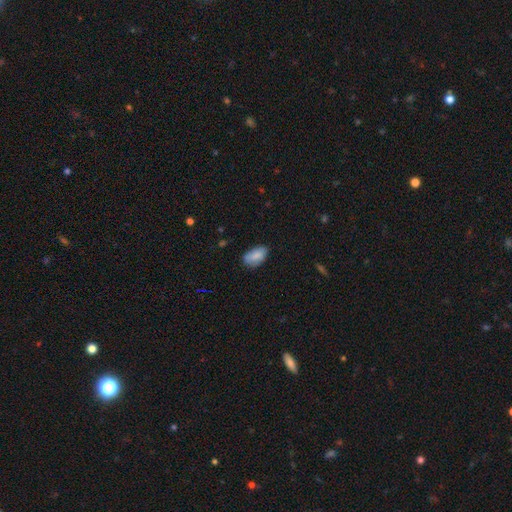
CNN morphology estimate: Q: Smooth or featured?
A: smooth (83%); runner-up: featured or disk (10%)
Q: How rounded?
A: in between (93%); runner-up: round (4%)
Q: Merging?
A: none (69%); runner-up: minor disturbance (25%)